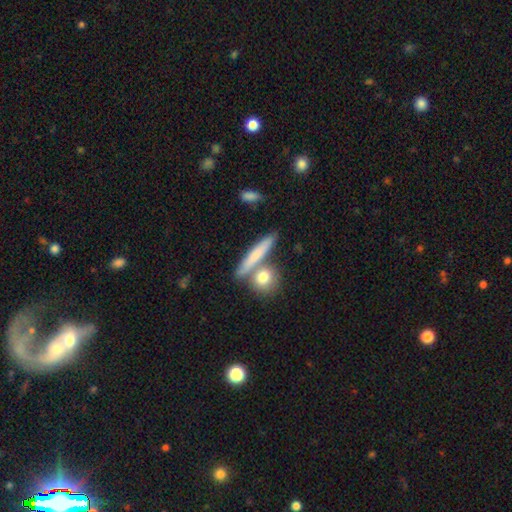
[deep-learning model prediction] Smooth or featured?
  - smooth: 66% *
  - featured or disk: 28%
  - star or artifact: 6%
How rounded?
  - cigar-shaped: 68% *
  - round: 17%
  - in between: 15%
Merging?
  - none: 67% *
  - merger: 19%
  - minor disturbance: 11%
  - major disturbance: 3%